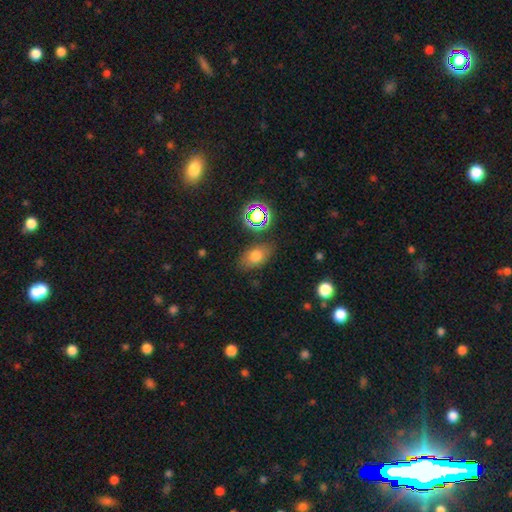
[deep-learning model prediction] smooth_or_featured: smooth (p=0.71) [alt: star or artifact p=0.16]
how_rounded: in between (p=0.83) [alt: round p=0.15]
merging: none (p=0.79) [alt: minor disturbance p=0.13]